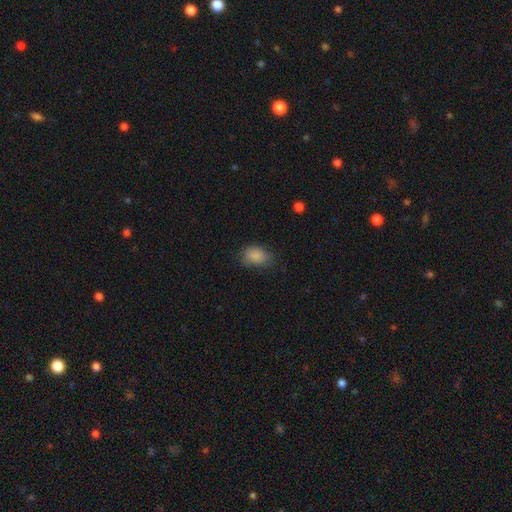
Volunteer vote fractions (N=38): Volunteers were most divided on "how rounded": in between: 69%, round: 31%, cigar-shaped: 0%. More confident: smooth or featured — smooth (84%); merging — none (69%).